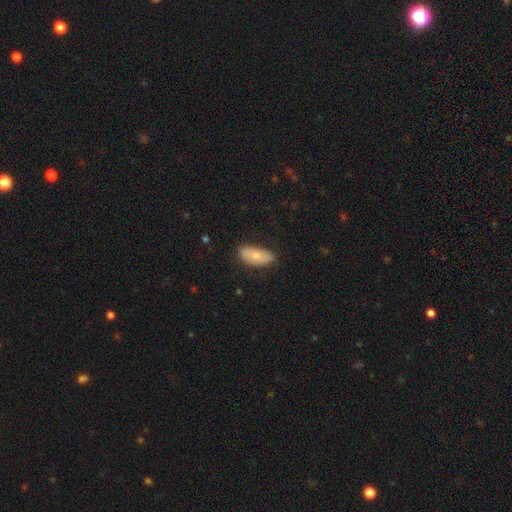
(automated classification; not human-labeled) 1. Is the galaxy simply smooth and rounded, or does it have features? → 73% smooth, 21% featured or disk, 6% star or artifact.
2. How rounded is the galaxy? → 90% in between, 7% cigar-shaped, 3% round.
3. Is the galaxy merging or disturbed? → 75% none, 20% minor disturbance, 4% major disturbance, 1% merger.